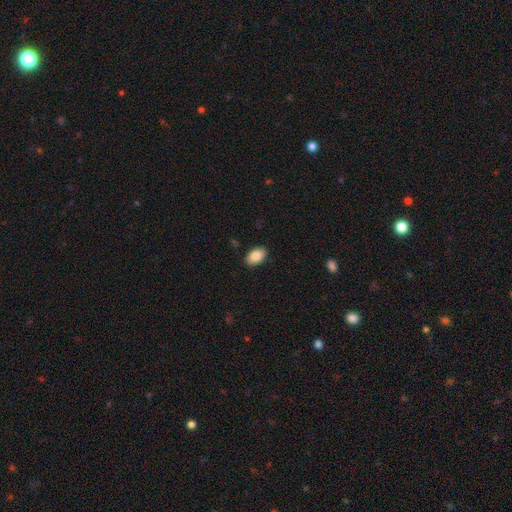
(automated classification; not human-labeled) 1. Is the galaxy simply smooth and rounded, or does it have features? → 86% smooth, 7% featured or disk, 7% star or artifact.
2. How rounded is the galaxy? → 92% in between, 7% round, 1% cigar-shaped.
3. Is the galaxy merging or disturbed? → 88% none, 9% minor disturbance, 2% major disturbance, 1% merger.